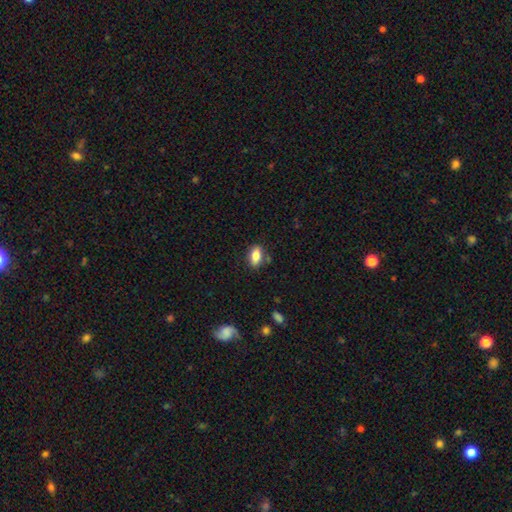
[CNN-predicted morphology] Overall: smooth (81%). How rounded: in between (86%). Merging: none (81%).